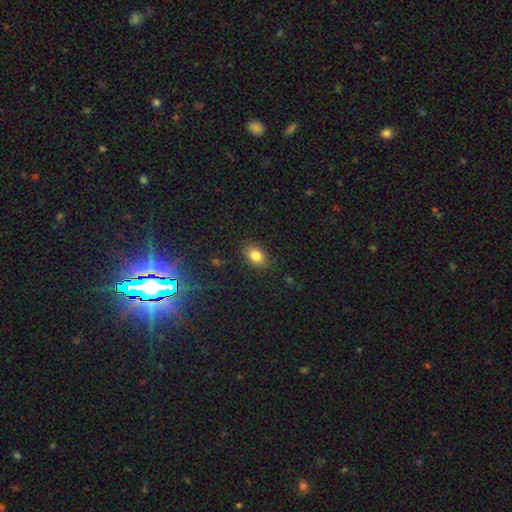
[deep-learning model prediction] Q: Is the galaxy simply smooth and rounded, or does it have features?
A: smooth — 82%.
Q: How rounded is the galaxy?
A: in between — 85%.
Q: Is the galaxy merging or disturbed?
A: none — 85%.